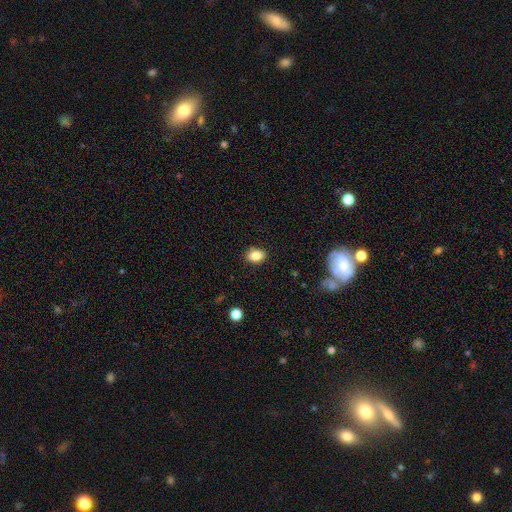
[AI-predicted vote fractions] Smooth or featured?
  - smooth: 83% *
  - star or artifact: 10%
  - featured or disk: 7%
How rounded?
  - in between: 74% *
  - round: 25%
  - cigar-shaped: 1%
Merging?
  - none: 85% *
  - minor disturbance: 11%
  - major disturbance: 2%
  - merger: 2%